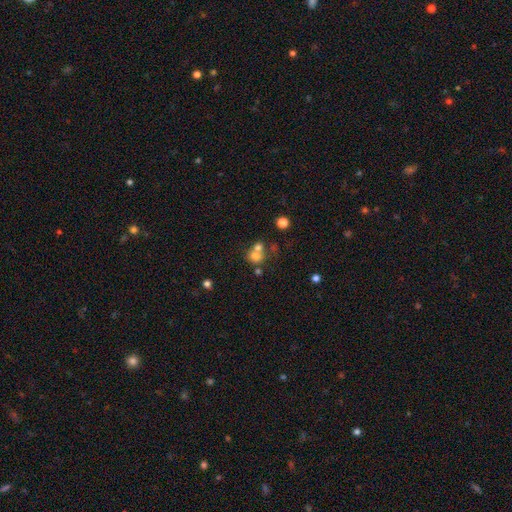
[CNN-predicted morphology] A smooth galaxy with no disk features (69%) that is round (74%). Merging: merger (53%).